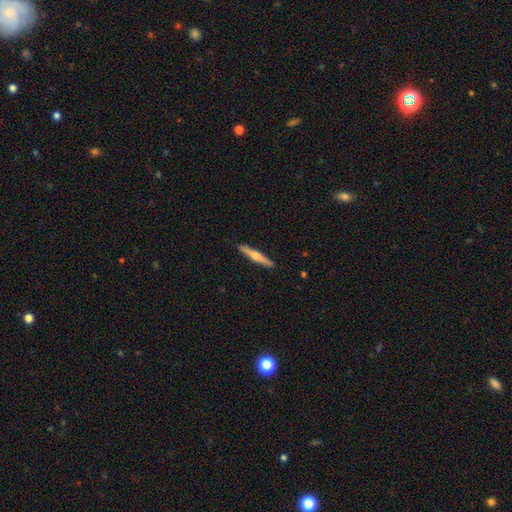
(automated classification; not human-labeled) This is possibly a featured or disk galaxy (50%). It is clearly viewed edge-on (97%). Merging: clearly none (91%).